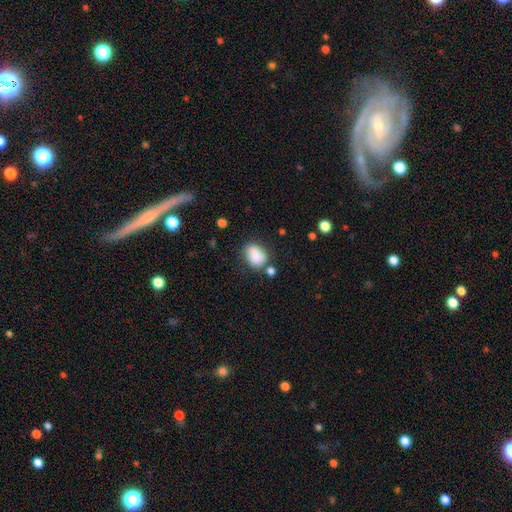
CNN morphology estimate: Overall: smooth (79%). How rounded: in between (65%; round 34%). Merging: none (66%).